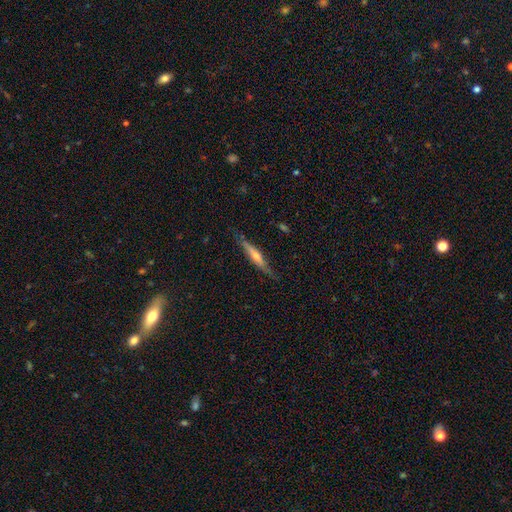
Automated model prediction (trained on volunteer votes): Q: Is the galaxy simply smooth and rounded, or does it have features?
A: featured or disk — 63%.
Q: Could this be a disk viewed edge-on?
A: yes — 94%.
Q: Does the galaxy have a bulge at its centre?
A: rounded — 70%.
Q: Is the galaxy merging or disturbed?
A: none — 81%.